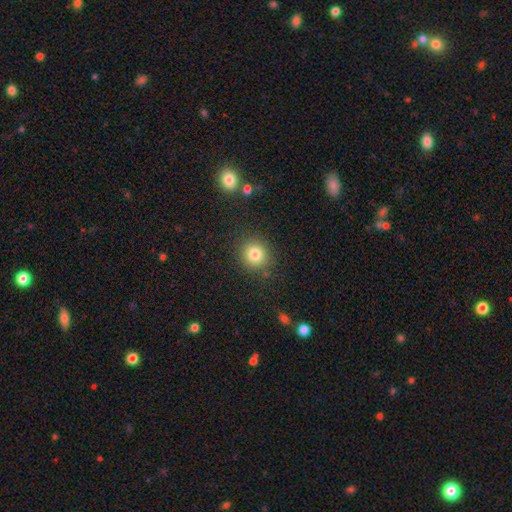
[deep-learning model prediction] A smooth galaxy with no disk features (69%) that is round (89%). Merging: none (88%).